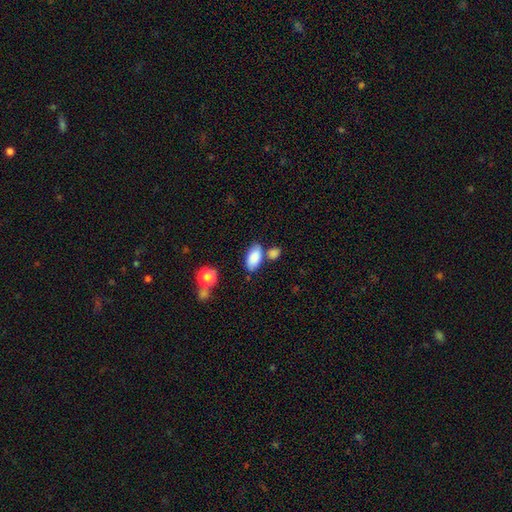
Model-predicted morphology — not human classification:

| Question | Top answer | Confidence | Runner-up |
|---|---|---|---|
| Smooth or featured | smooth | 85% | featured or disk (8%) |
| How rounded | in between | 92% | round (4%) |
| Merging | none | 63% | merger (19%) |